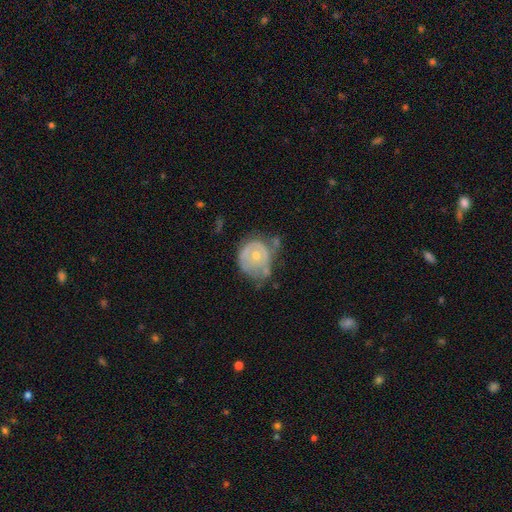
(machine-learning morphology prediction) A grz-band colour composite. It shows a featured or disk galaxy (61%) with no bar (83%), no spiral arms (50%, tied with yes) and a moderate central bulge (54%). Merging: none (35%).